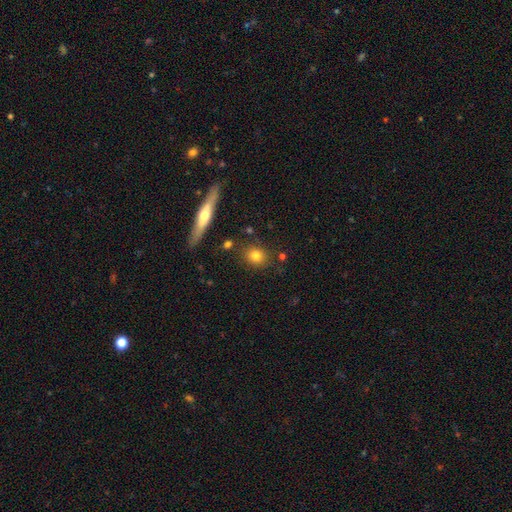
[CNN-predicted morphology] Smooth or featured?
  - smooth: 79% *
  - featured or disk: 11%
  - star or artifact: 10%
How rounded?
  - round: 75% *
  - in between: 22%
  - cigar-shaped: 2%
Merging?
  - none: 84% *
  - minor disturbance: 9%
  - merger: 4%
  - major disturbance: 3%